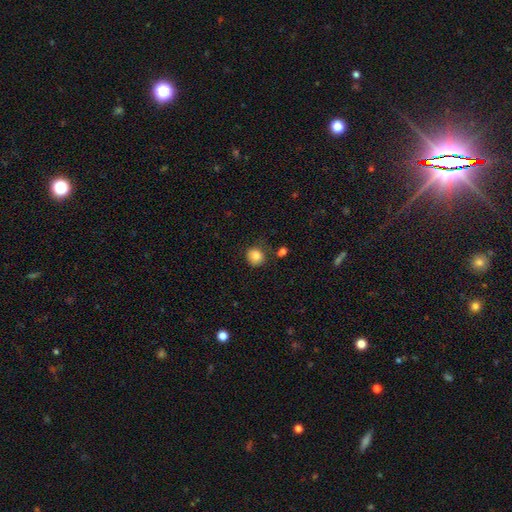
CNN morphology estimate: Q: Smooth or featured?
A: smooth (83%); runner-up: star or artifact (10%)
Q: How rounded?
A: round (85%); runner-up: in between (14%)
Q: Merging?
A: none (77%); runner-up: minor disturbance (15%)